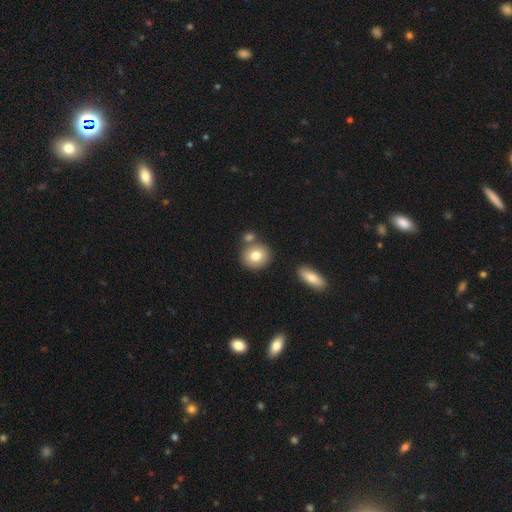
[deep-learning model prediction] Smooth or featured: smooth — 79% (featured or disk — 13%)
How rounded: round — 79% (in between — 20%)
Merging: none — 69% (merger — 18%)